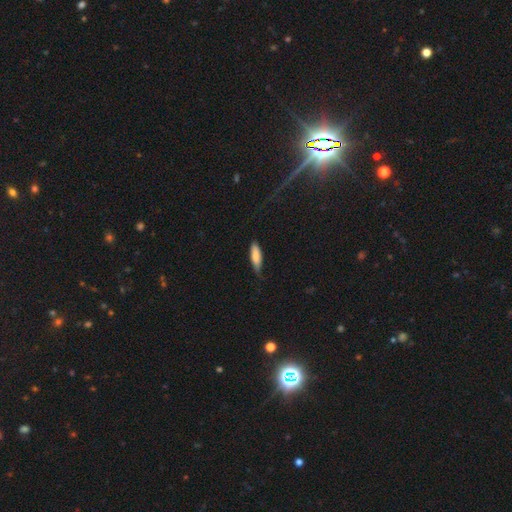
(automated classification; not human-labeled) Smooth or featured: smooth — 81% (featured or disk — 13%)
How rounded: cigar-shaped — 57% (in between — 41%)
Merging: none — 68% (minor disturbance — 26%)